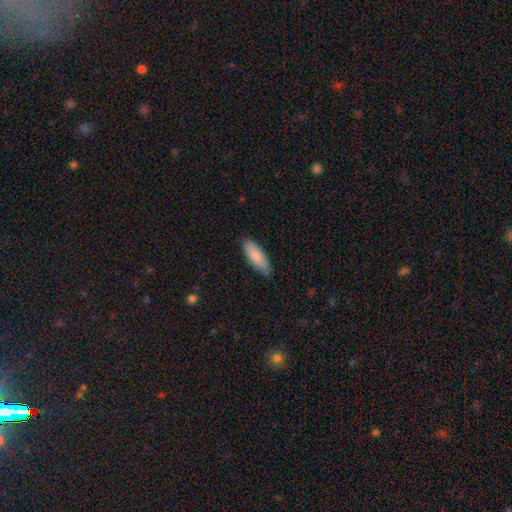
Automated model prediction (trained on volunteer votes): This appears to be a smooth galaxy with no disk features (86%) that is in between round and cigar-shaped (72%). Merging: none (82%).